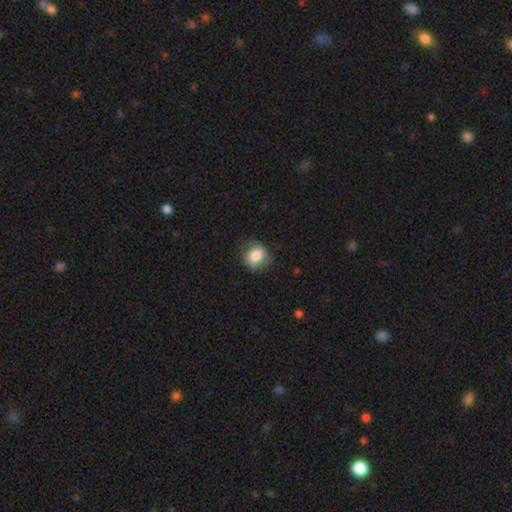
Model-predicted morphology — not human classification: smooth-or-featured: smooth: 81% | featured or disk: 10% | star or artifact: 9%
  how-rounded: round: 66% | in between: 33% | cigar-shaped: 1%
  merging: none: 76% | minor disturbance: 18% | major disturbance: 5% | merger: 1%